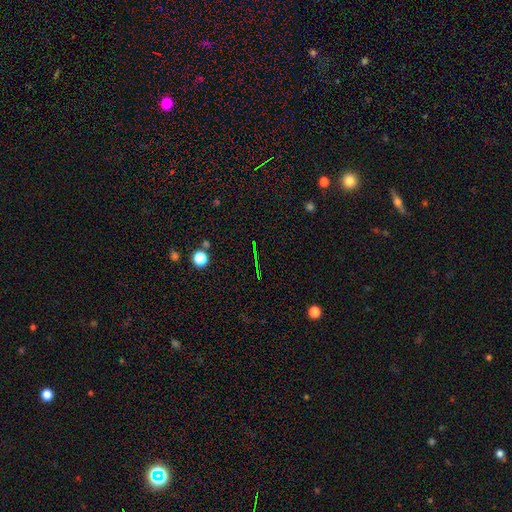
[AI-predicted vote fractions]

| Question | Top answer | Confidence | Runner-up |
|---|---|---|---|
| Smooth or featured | star or artifact | 70% | smooth (17%) |